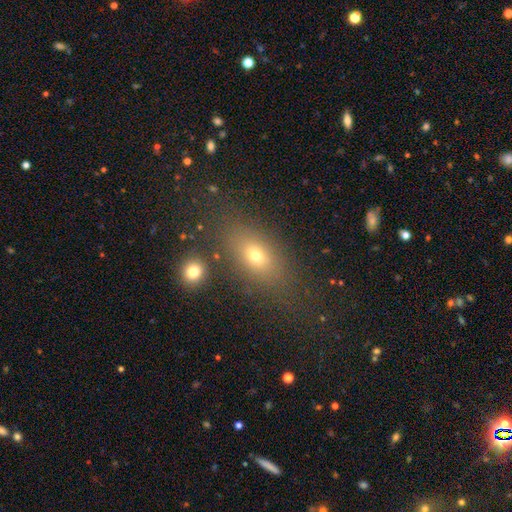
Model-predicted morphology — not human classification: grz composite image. It shows a smooth galaxy with no disk features (63%) that is in between round and cigar-shaped (70%). Merging: none (77%).